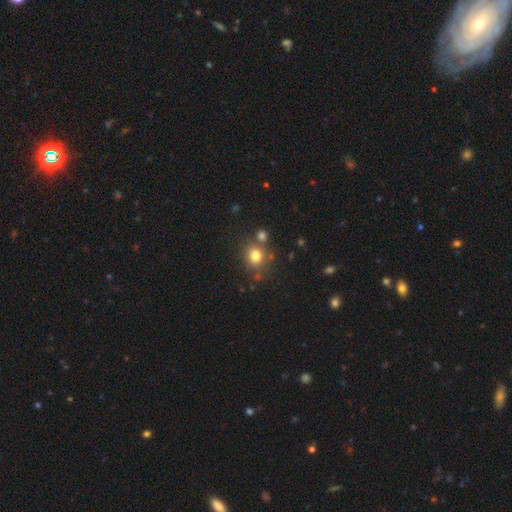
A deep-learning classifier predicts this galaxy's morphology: Overall: smooth (78%). How rounded: round (82%). Merging: none (69%).